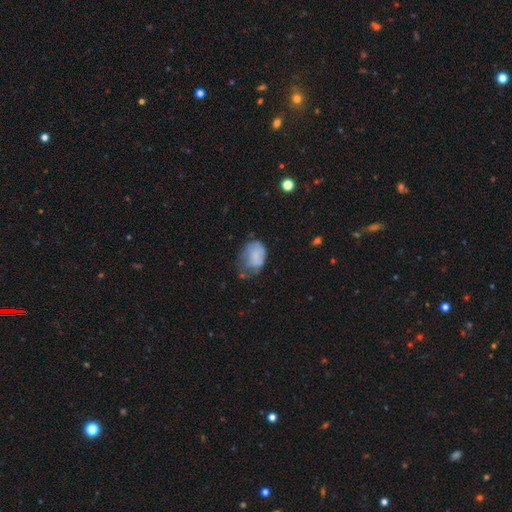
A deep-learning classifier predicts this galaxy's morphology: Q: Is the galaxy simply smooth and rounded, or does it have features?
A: smooth — 69%.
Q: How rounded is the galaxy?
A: in between — 70%.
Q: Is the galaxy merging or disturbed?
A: minor disturbance — 38%.